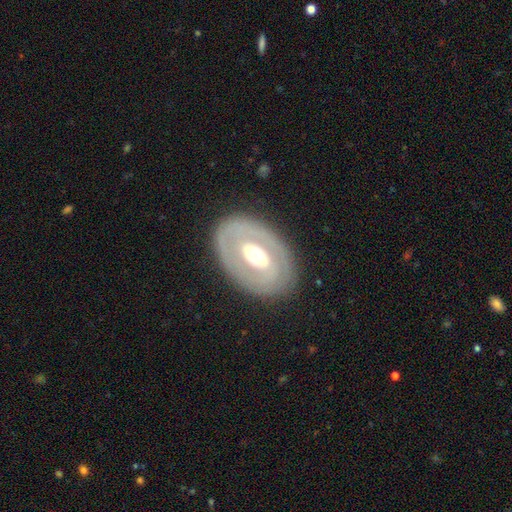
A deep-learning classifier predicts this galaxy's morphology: featured or disk 69%, smooth 26%, star or artifact 5%. Down the decision tree: edge-on disk — no (93%); bar — no (48%); spiral arms — no (66%); bulge size — moderate (65%); merging — none (81%).